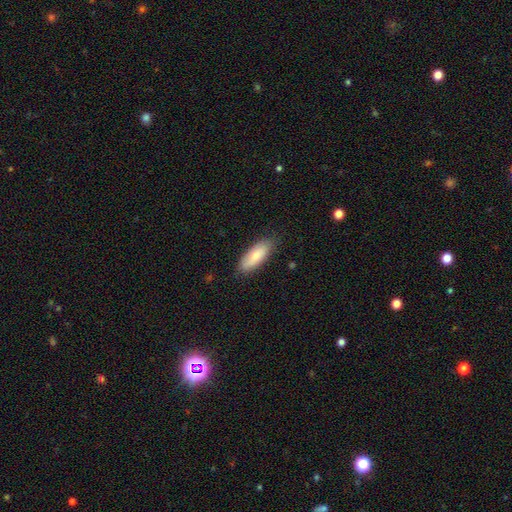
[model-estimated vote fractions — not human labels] A smooth galaxy with no disk features (75%) that is in between round and cigar-shaped (74%).

Vote fractions:
- Smooth or featured? smooth: 75% / featured or disk: 19% / star or artifact: 6%
- How rounded? in between: 74% / cigar-shaped: 24% / round: 2%
- Merging? none: 82% / minor disturbance: 14% / major disturbance: 2% / merger: 1%